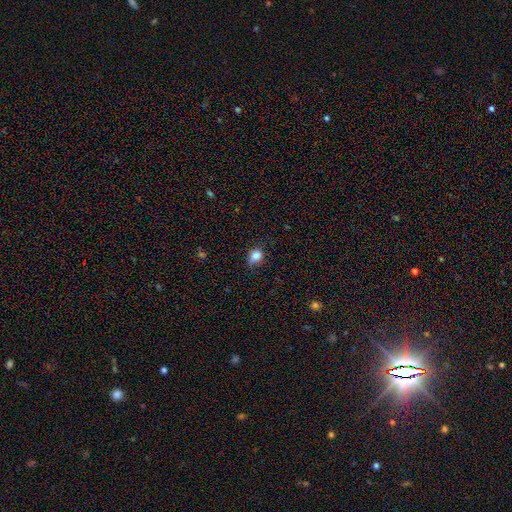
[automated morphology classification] The model was most divided on "how rounded": round: 56%, in between: 43%, cigar-shaped: 1%. More confident: smooth or featured — smooth (84%); merging — none (67%).